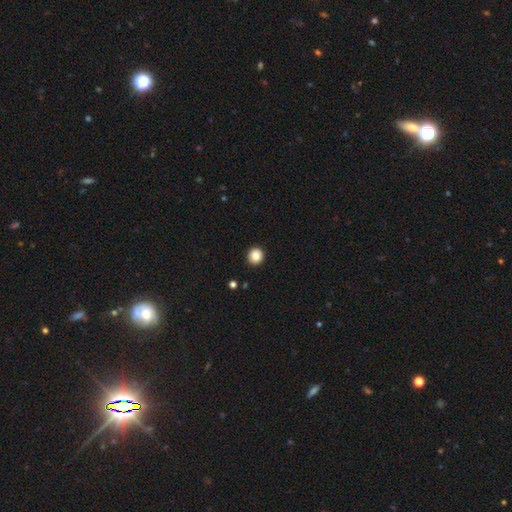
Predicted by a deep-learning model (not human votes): smooth 86%, star or artifact 10%, featured or disk 4%. Down the decision tree: how rounded — round (91%); merging — none (92%).